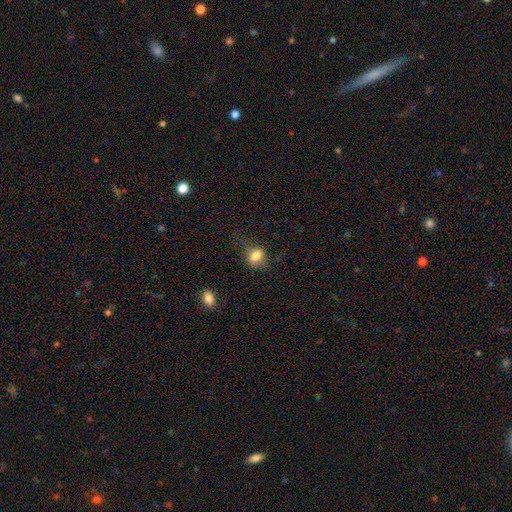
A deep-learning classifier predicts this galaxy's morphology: A smooth galaxy with no disk features (77%) that is in between round and cigar-shaped (58%).

Vote fractions:
- Smooth or featured? smooth: 77% / featured or disk: 12% / star or artifact: 10%
- How rounded? in between: 58% / round: 39% / cigar-shaped: 2%
- Merging? none: 60% / minor disturbance: 24% / major disturbance: 14% / merger: 2%